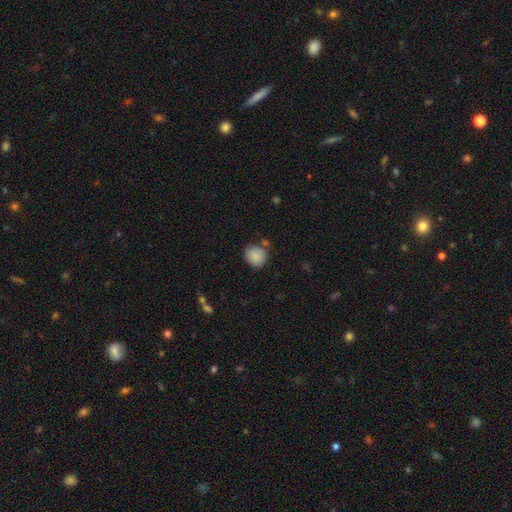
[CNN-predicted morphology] This is clearly a smooth galaxy (86%). How rounded: clearly round (85%). Merging: likely none (75%).